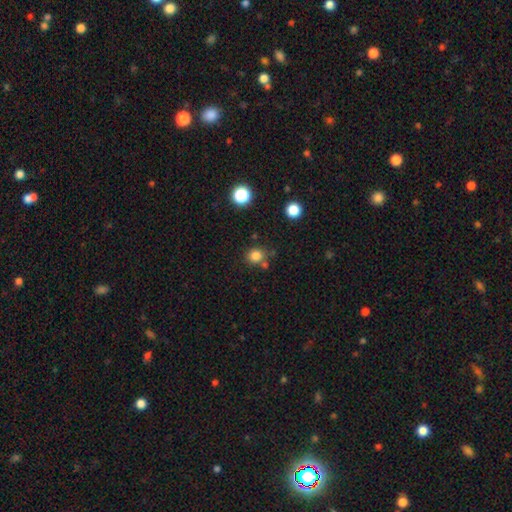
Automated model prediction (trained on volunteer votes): Smooth or featured: smooth — 81% (star or artifact — 14%)
How rounded: round — 82% (in between — 17%)
Merging: none — 73% (minor disturbance — 12%)